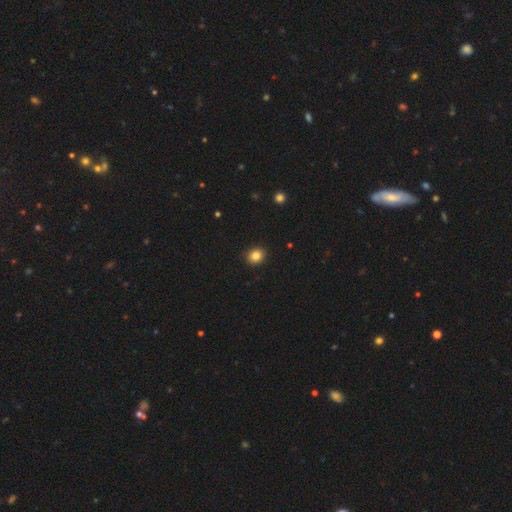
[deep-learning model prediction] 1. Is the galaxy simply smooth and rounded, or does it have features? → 84% smooth, 11% star or artifact, 5% featured or disk.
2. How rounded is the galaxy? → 69% round, 30% in between, 1% cigar-shaped.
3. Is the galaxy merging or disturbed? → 90% none, 7% minor disturbance, 2% major disturbance, 1% merger.